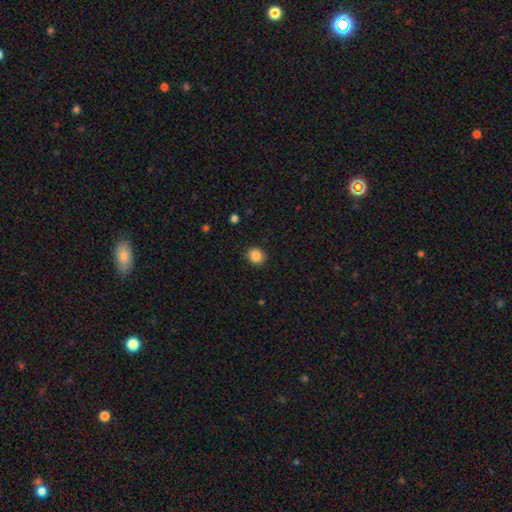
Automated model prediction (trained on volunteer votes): A smooth galaxy with no disk features (87%) that is round (73%).

Vote fractions:
- Smooth or featured? smooth: 87% / star or artifact: 10% / featured or disk: 3%
- How rounded? round: 73% / in between: 26% / cigar-shaped: 1%
- Merging? none: 90% / minor disturbance: 7% / major disturbance: 2% / merger: 1%